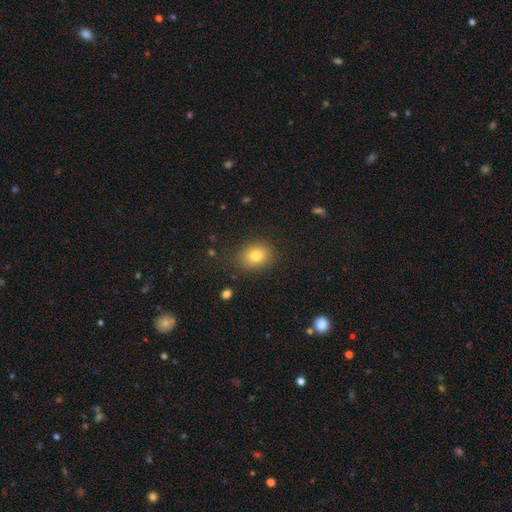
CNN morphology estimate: Overall: smooth (80%). How rounded: round (54%; in between 45%). Merging: none (85%).